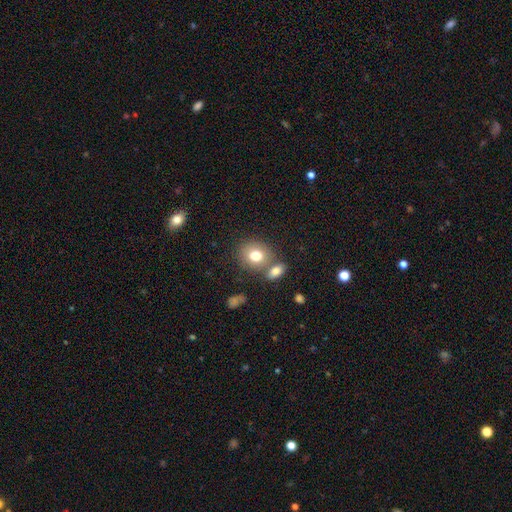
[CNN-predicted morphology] smooth-or-featured: smooth: 78% | featured or disk: 13% | star or artifact: 9%
  how-rounded: round: 66% | in between: 33% | cigar-shaped: 1%
  merging: none: 60% | merger: 24% | minor disturbance: 11% | major disturbance: 4%